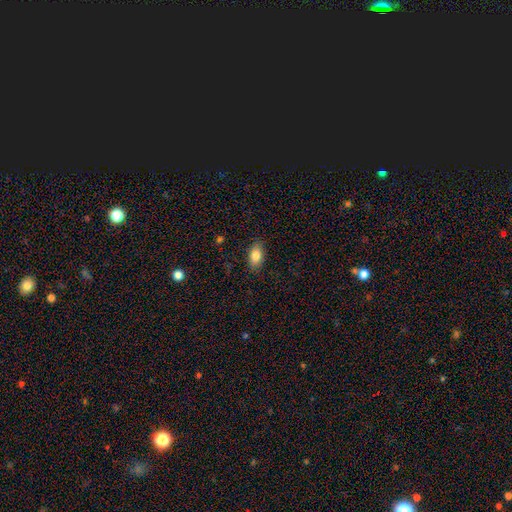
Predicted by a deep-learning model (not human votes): Overall: smooth (83%). How rounded: in between (89%). Merging: none (85%).